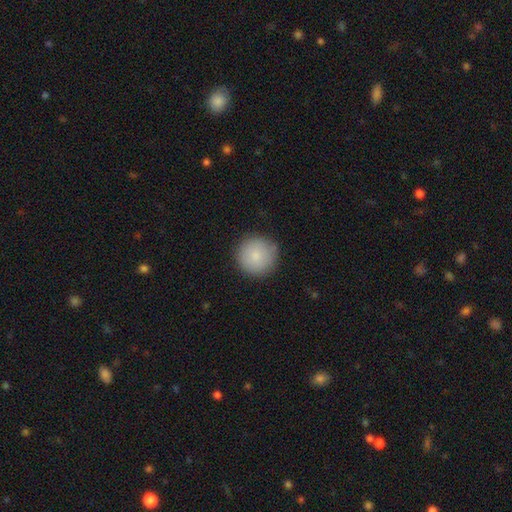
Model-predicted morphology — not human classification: smooth 85%, featured or disk 8%, star or artifact 7%. Down the decision tree: how rounded — round (95%); merging — none (87%).